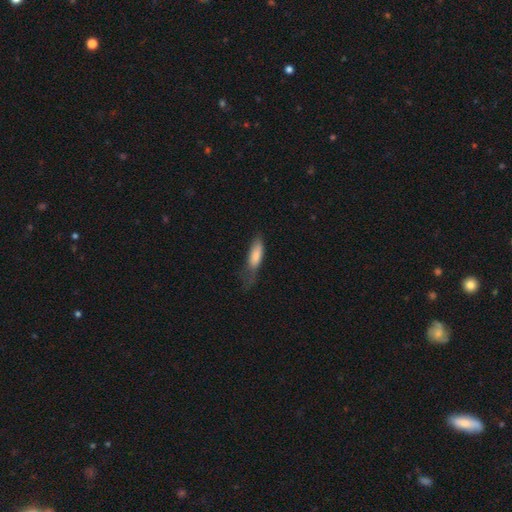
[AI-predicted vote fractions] Smooth or featured? smooth (81%)
How rounded? in between (55%)
Merging? minor disturbance (37%)